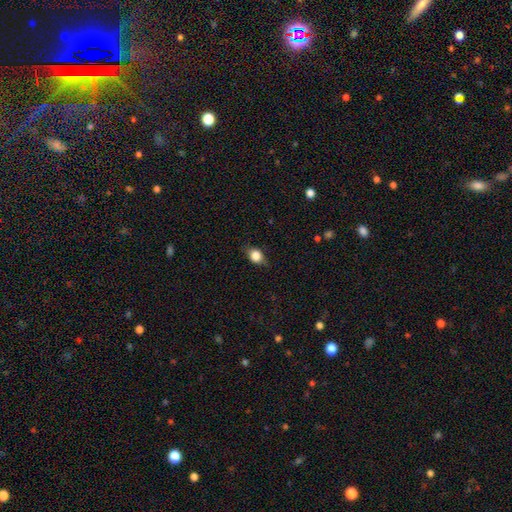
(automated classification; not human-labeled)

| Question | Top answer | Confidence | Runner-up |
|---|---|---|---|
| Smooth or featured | smooth | 73% | featured or disk (17%) |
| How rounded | in between | 56% | round (40%) |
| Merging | none | 74% | minor disturbance (20%) |